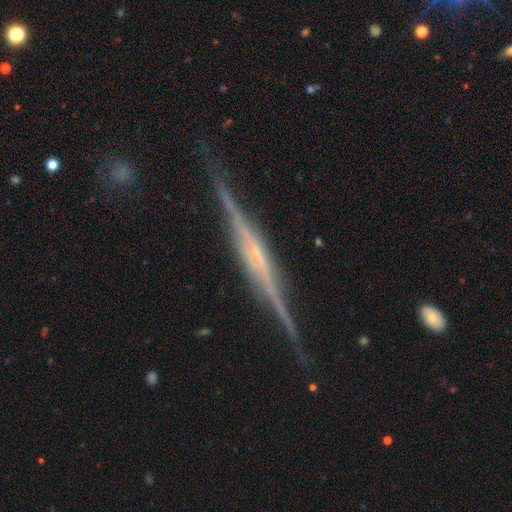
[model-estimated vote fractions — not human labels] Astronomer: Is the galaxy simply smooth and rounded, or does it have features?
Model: featured or disk — 85%.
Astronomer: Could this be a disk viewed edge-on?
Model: yes — 98%.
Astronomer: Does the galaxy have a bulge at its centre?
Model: rounded — 38% (runner-up: boxy, 33%).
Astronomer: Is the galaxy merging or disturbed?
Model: none — 86%.